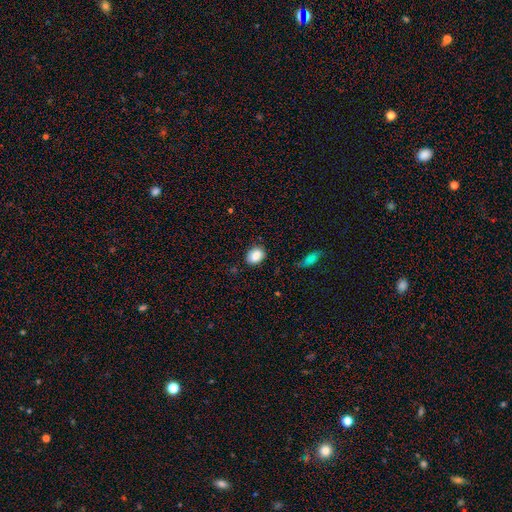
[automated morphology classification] smooth-or-featured: smooth: 87% | star or artifact: 8% | featured or disk: 5%
  how-rounded: in between: 65% | round: 34% | cigar-shaped: 1%
  merging: none: 83% | minor disturbance: 12% | major disturbance: 3% | merger: 2%